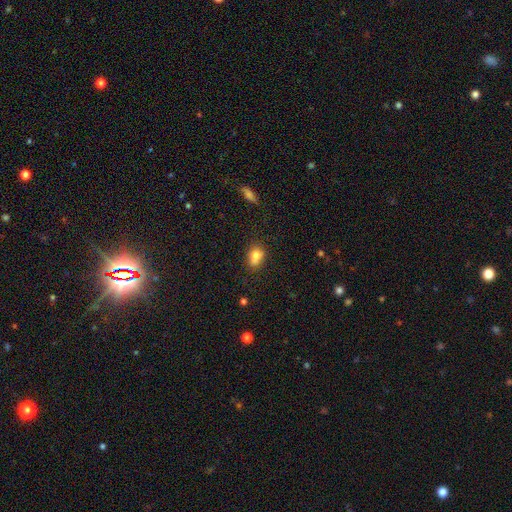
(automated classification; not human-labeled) Smooth or featured? Predicted: smooth (p=0.77). How rounded? Predicted: in between (p=0.55). Merging? Predicted: none (p=0.50).